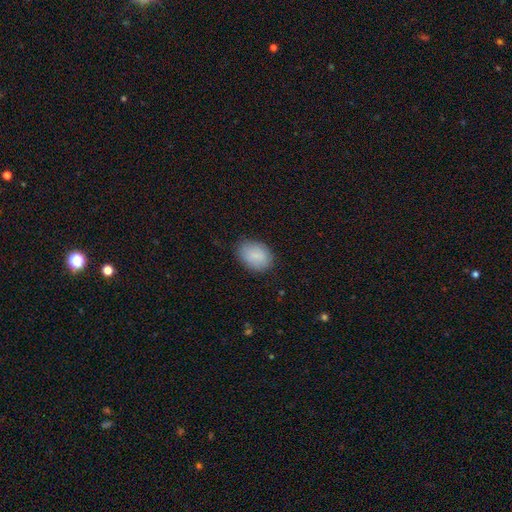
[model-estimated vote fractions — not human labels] smooth_or_featured: smooth (p=0.86) [alt: featured or disk p=0.08]
how_rounded: in between (p=0.75) [alt: round p=0.23]
merging: none (p=0.82) [alt: minor disturbance p=0.14]